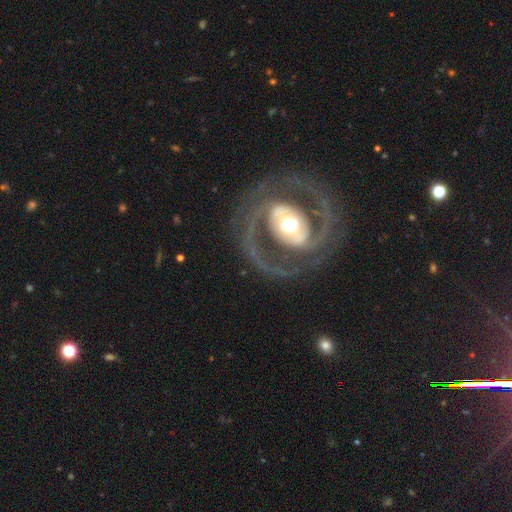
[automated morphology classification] Overall: featured or disk (87%). Edge-on disk: no (96%). Bar: strong (37%; no 32%). Spiral arms: yes (88%). Spiral arm count: 2 (88%). Spiral winding: medium (46%; tight 42%). Bulge size: moderate (60%; large 21%). Merging: none (80%).